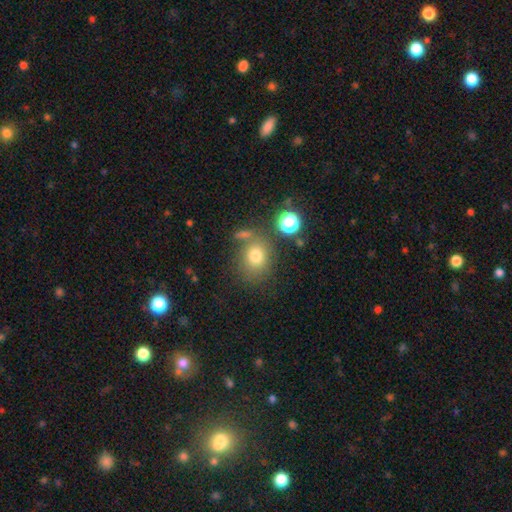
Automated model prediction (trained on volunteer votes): smooth-or-featured: smooth: 75% | star or artifact: 15% | featured or disk: 10%
  how-rounded: round: 67% | in between: 32% | cigar-shaped: 1%
  merging: none: 66% | minor disturbance: 14% | merger: 13% | major disturbance: 7%